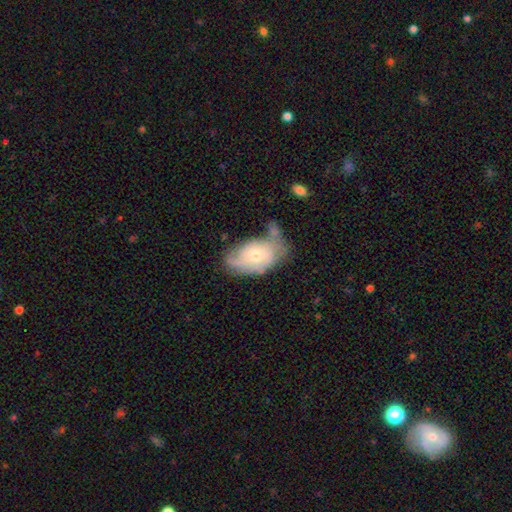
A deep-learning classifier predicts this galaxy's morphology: A featured or disk galaxy (56%) with no bar (78%), spiral arms (75%) and a small central bulge (56%).

Vote fractions:
- Smooth or featured? featured or disk: 56% / smooth: 37% / star or artifact: 7%
- Edge-on disk? no: 95% / yes: 5%
- Bar? no: 78% / weak: 19% / strong: 3%
- Spiral arms? yes: 75% / no: 25%
- Bulge size? small: 56% / moderate: 38% / large: 2% / none: 2% / dominant: 1%
- Merging? none: 41% / minor disturbance: 29% / major disturbance: 16% / merger: 14%